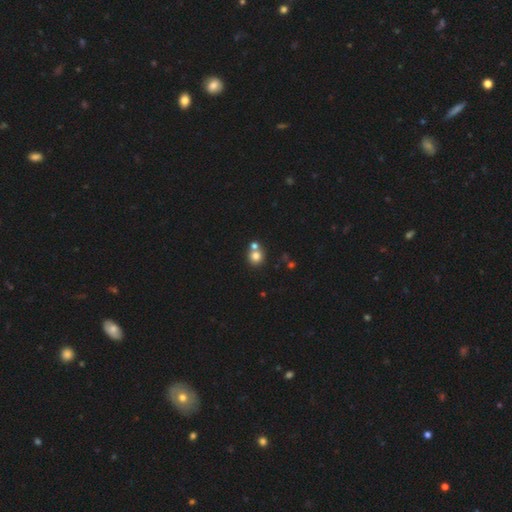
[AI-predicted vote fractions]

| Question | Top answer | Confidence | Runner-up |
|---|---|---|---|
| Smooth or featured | smooth | 79% | star or artifact (13%) |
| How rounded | round | 87% | in between (12%) |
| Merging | none | 55% | merger (36%) |